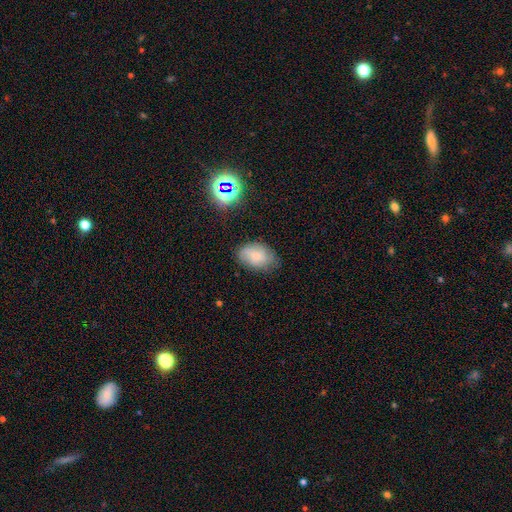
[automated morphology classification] smooth_or_featured: smooth (p=0.63) [alt: featured or disk p=0.27]
how_rounded: in between (p=0.85) [alt: round p=0.13]
merging: none (p=0.68) [alt: minor disturbance p=0.23]